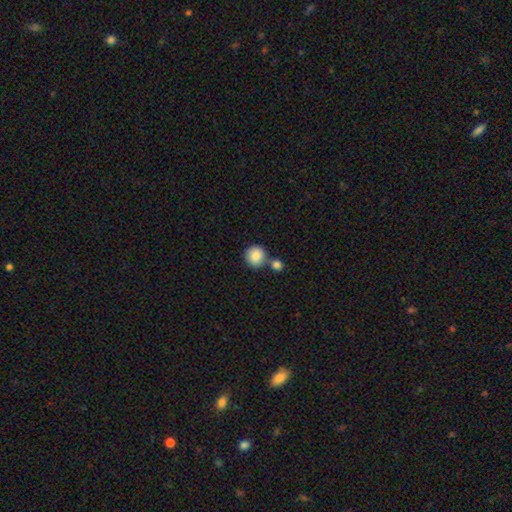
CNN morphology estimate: Smooth or featured? Predicted: smooth (p=0.86). How rounded? Predicted: round (p=0.91). Merging? Predicted: none (p=0.63).